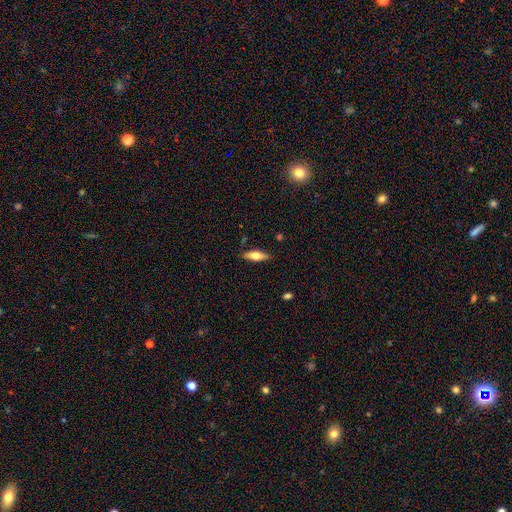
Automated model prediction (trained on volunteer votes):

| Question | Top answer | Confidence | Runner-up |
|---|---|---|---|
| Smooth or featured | smooth | 47% | featured or disk (46%) |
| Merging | none | 87% | minor disturbance (9%) |